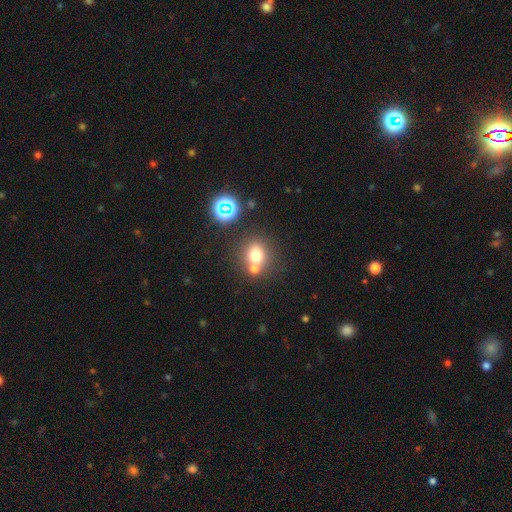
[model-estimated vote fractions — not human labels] This appears to be a smooth galaxy with no disk features (70%) that is round (78%). Merging: none (55%).